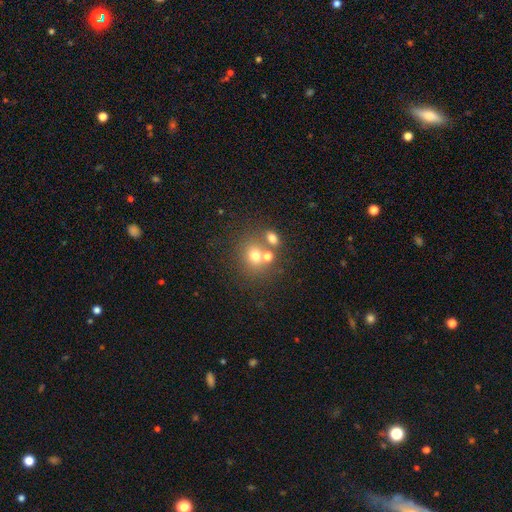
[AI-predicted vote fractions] This is likely a smooth galaxy (67%). How rounded: likely round (75%). Merging: possibly none (53%).